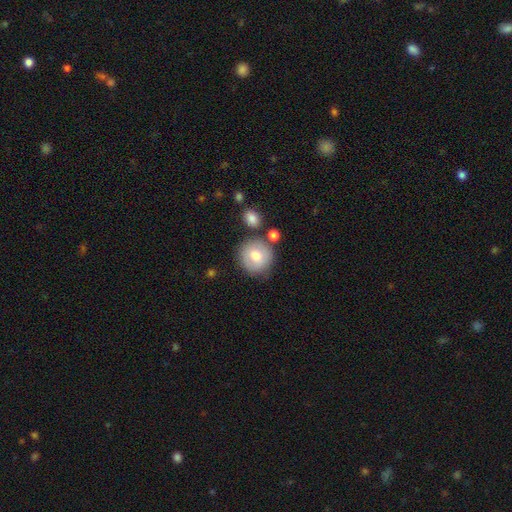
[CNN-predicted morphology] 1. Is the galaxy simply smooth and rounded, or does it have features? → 74% smooth, 18% featured or disk, 8% star or artifact.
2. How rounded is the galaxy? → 92% round, 7% in between, 1% cigar-shaped.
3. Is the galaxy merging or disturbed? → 75% none, 12% minor disturbance, 9% merger, 4% major disturbance.